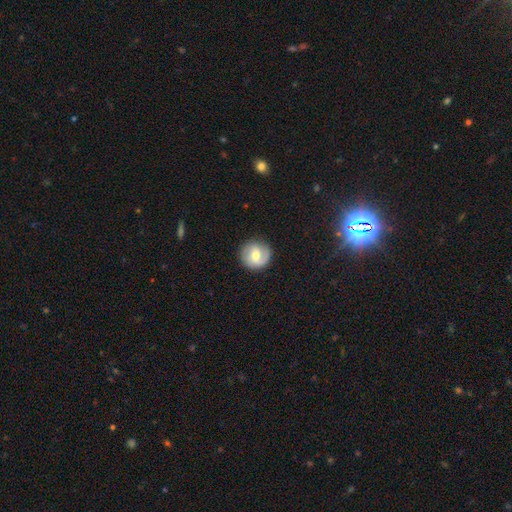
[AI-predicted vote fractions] Overall: featured or disk (49%; smooth 44%). Merging: none (85%).